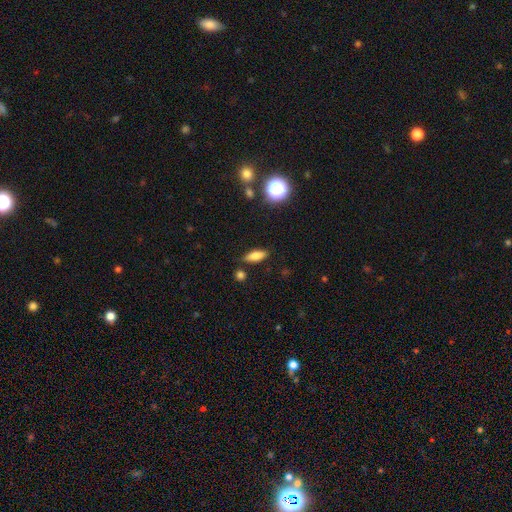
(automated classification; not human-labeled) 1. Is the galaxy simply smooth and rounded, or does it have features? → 77% smooth, 13% featured or disk, 10% star or artifact.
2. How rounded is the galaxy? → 67% in between, 29% cigar-shaped, 4% round.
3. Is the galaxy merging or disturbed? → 83% none, 11% minor disturbance, 3% merger, 3% major disturbance.